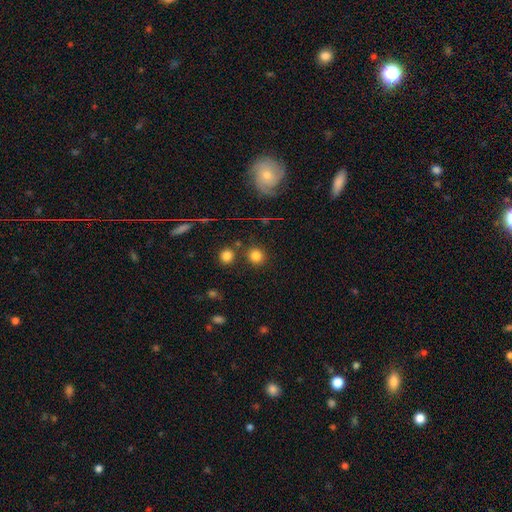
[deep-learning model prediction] smooth-or-featured: smooth: 81% | star or artifact: 13% | featured or disk: 6%
  how-rounded: round: 89% | in between: 10% | cigar-shaped: 1%
  merging: none: 82% | minor disturbance: 8% | merger: 7% | major disturbance: 3%